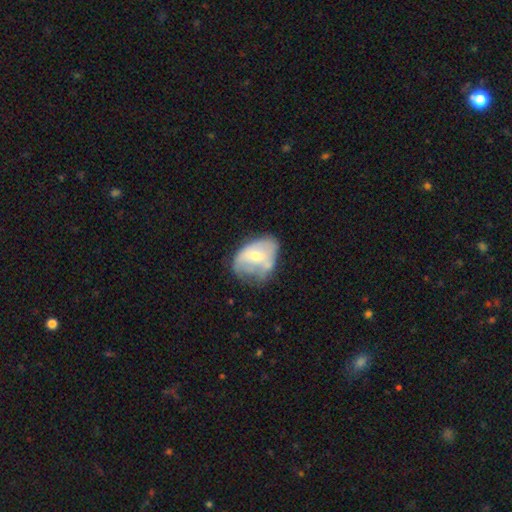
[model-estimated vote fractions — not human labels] smooth_or_featured: featured or disk (p=0.50) [alt: smooth p=0.43]
merging: minor disturbance (p=0.32) [alt: none p=0.31]